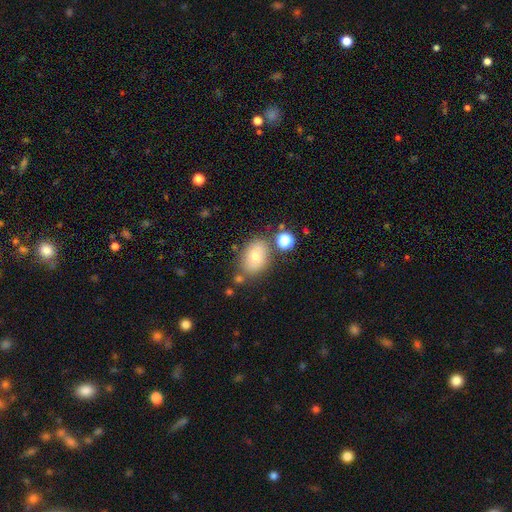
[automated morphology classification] Smooth or featured: smooth — 69% (featured or disk — 20%)
How rounded: in between — 74% (round — 25%)
Merging: none — 72% (minor disturbance — 15%)